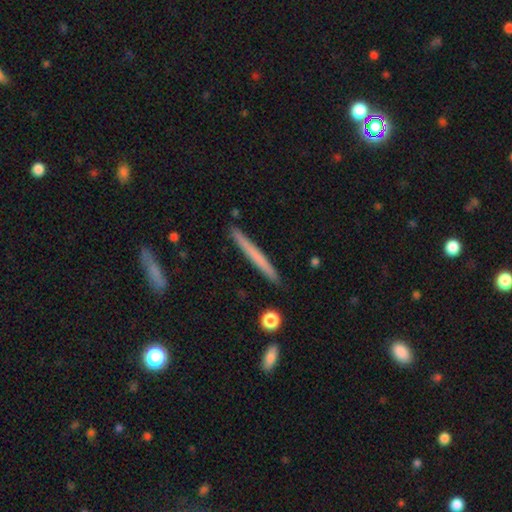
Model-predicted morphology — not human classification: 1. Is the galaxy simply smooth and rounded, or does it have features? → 58% smooth, 36% featured or disk, 6% star or artifact.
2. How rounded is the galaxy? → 97% cigar-shaped, 2% in between, 1% round.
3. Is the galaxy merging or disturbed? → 91% none, 7% minor disturbance, 1% merger, 1% major disturbance.